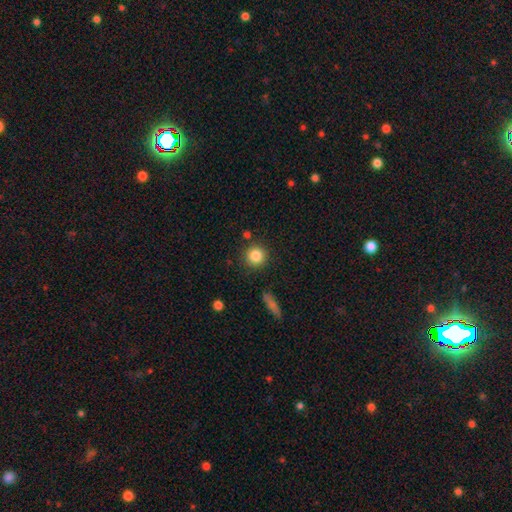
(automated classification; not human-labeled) The model was most divided on "smooth or featured": smooth: 85%, star or artifact: 9%, featured or disk: 6%. More confident: how rounded — round (93%); merging — none (86%).